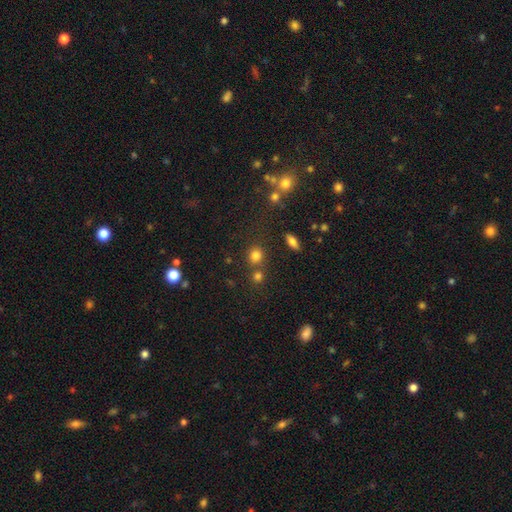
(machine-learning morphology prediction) Smooth or featured: smooth — 78% (star or artifact — 15%)
How rounded: round — 83% (in between — 16%)
Merging: none — 69% (merger — 19%)